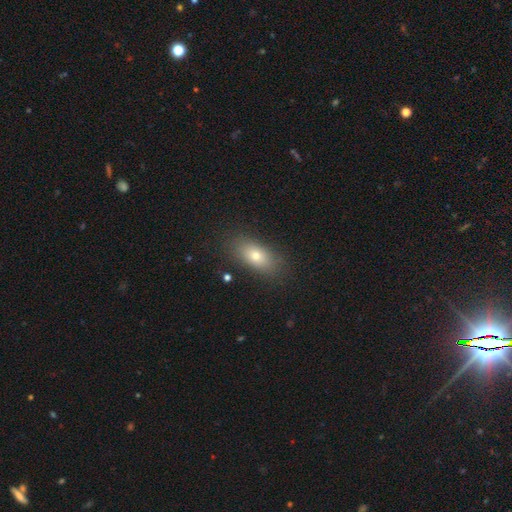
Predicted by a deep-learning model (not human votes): Morphology: type=smooth (72%); roundness=in between (81%); merging=none (84%).